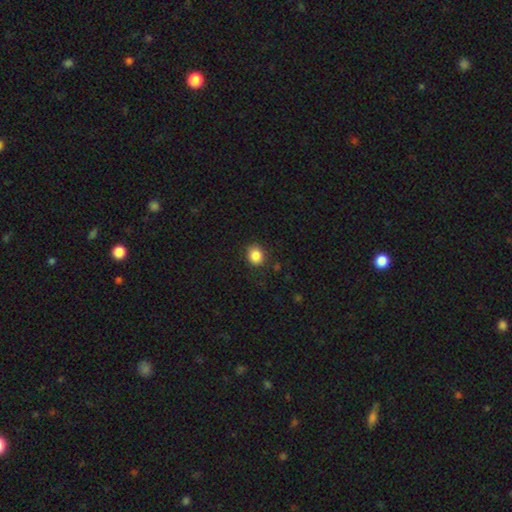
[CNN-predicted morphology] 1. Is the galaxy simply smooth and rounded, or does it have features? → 86% smooth, 9% star or artifact, 4% featured or disk.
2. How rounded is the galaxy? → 62% round, 37% in between, 1% cigar-shaped.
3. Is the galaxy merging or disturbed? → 84% none, 12% minor disturbance, 3% major disturbance, 1% merger.